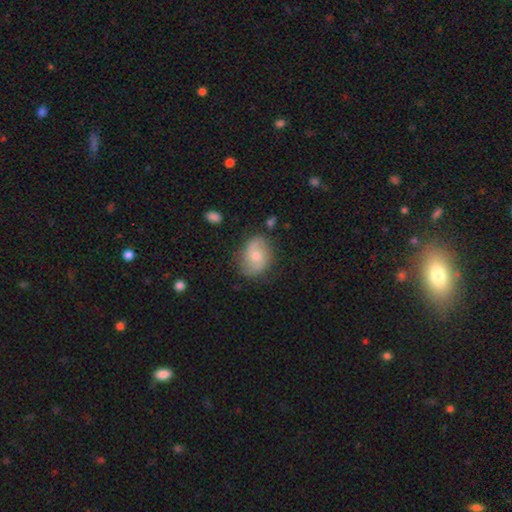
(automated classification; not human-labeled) A smooth galaxy with no disk features (47%). Merging: none (74%).